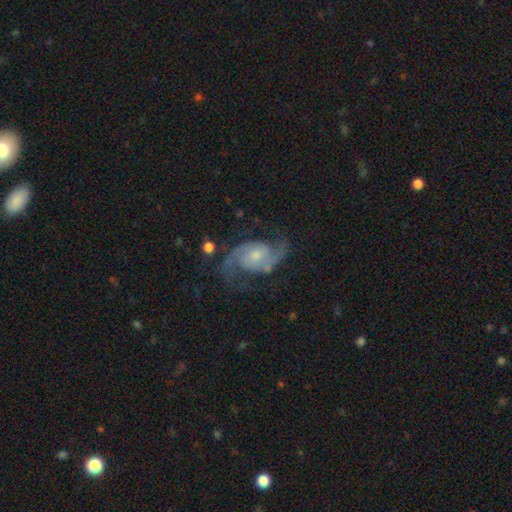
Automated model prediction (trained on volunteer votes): This appears to be a featured or disk galaxy (90%) with no bar (57%), 2 (93%) medium (55%) spiral arms (98%) and a small central bulge (48%). Merging: none (74%).